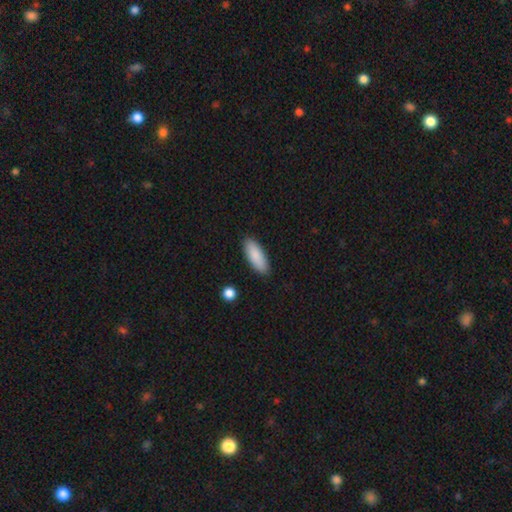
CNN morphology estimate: smooth_or_featured: smooth (p=0.88) [alt: featured or disk p=0.07]
how_rounded: in between (p=0.71) [alt: cigar-shaped p=0.27]
merging: none (p=0.88) [alt: minor disturbance p=0.09]